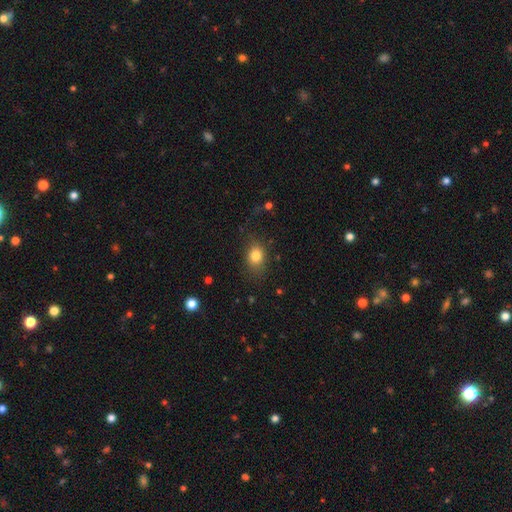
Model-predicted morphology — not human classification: The model was most divided on "how rounded": in between: 55%, round: 44%, cigar-shaped: 1%. More confident: smooth or featured — smooth (81%); merging — none (73%).